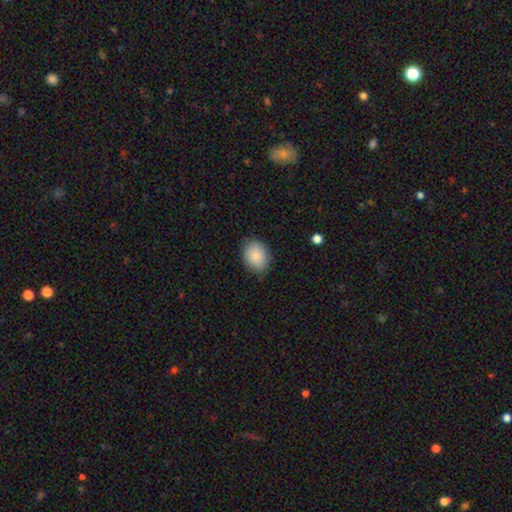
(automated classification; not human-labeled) A smooth galaxy with no disk features (88%) that is in between round and cigar-shaped (73%). Merging: none (85%).